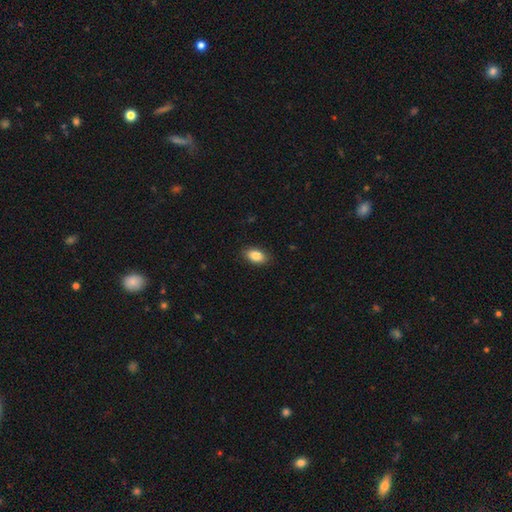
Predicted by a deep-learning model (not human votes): A smooth galaxy with no disk features (85%) that is in between round and cigar-shaped (89%). Merging: none (87%).